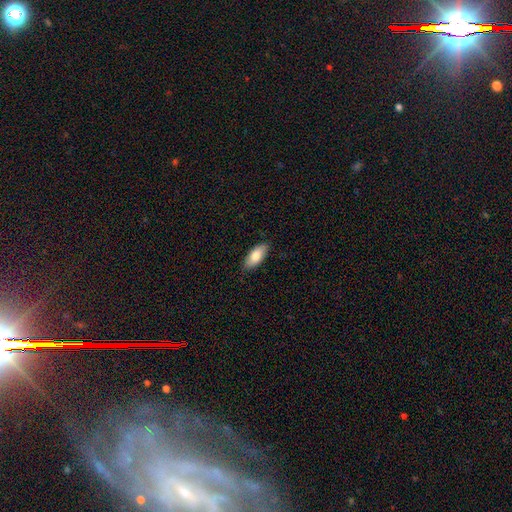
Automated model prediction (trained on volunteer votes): Smooth or featured?
  - smooth: 81% *
  - featured or disk: 14%
  - star or artifact: 6%
How rounded?
  - in between: 87% *
  - cigar-shaped: 11%
  - round: 2%
Merging?
  - none: 86% *
  - minor disturbance: 11%
  - major disturbance: 2%
  - merger: 1%